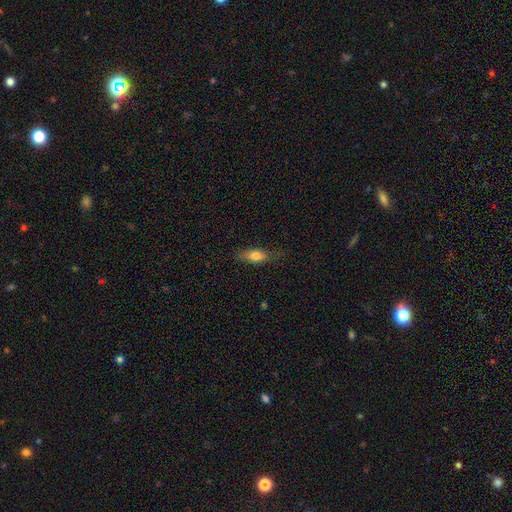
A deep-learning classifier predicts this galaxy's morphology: A smooth galaxy with no disk features (75%) that is in between round and cigar-shaped (72%).

Vote fractions:
- Smooth or featured? smooth: 75% / featured or disk: 18% / star or artifact: 7%
- How rounded? in between: 72% / cigar-shaped: 25% / round: 4%
- Merging? none: 75% / minor disturbance: 19% / major disturbance: 5% / merger: 1%